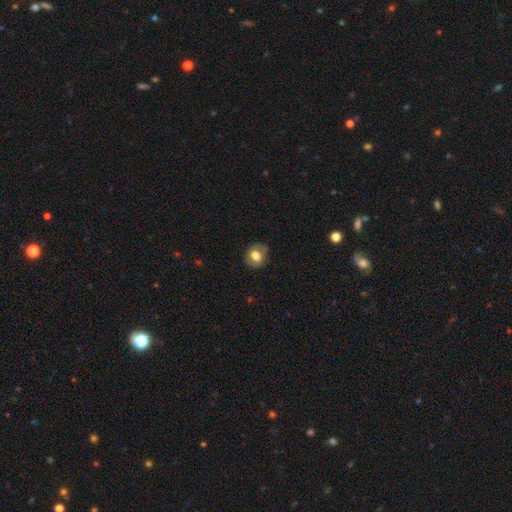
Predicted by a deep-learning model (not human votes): Smooth or featured? smooth (68%)
How rounded? round (67%)
Merging? none (78%)